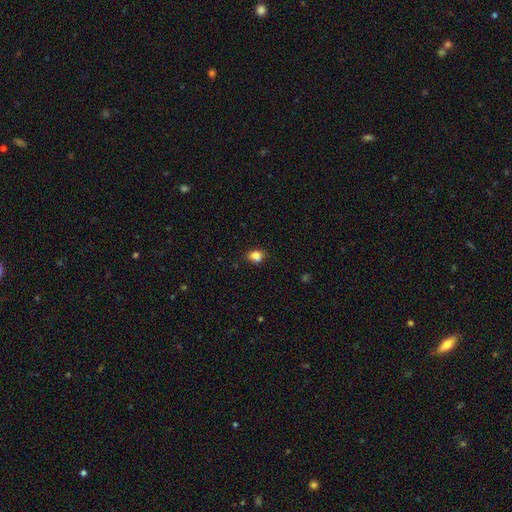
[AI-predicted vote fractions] smooth 82%, star or artifact 12%, featured or disk 6%. Down the decision tree: how rounded — in between (54%); merging — none (63%).